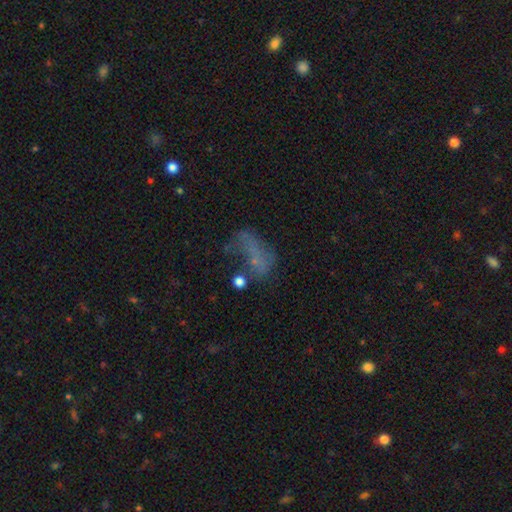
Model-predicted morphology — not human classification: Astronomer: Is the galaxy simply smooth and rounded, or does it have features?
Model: smooth — 40% (runner-up: featured or disk, 35%).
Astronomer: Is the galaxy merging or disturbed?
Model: major disturbance — 39% (runner-up: none, 31%).